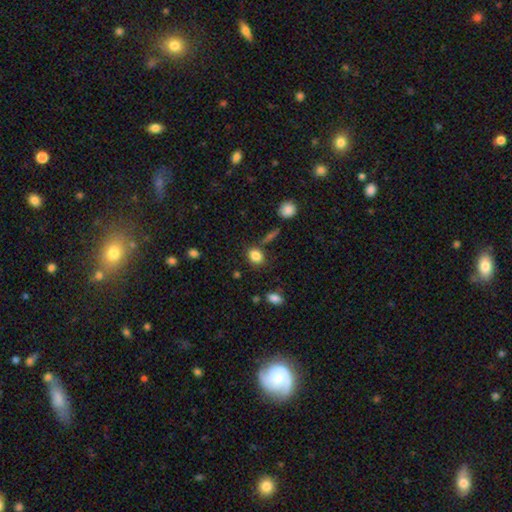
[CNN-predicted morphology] smooth 84%, star or artifact 10%, featured or disk 6%. Down the decision tree: how rounded — in between (63%); merging — none (73%).